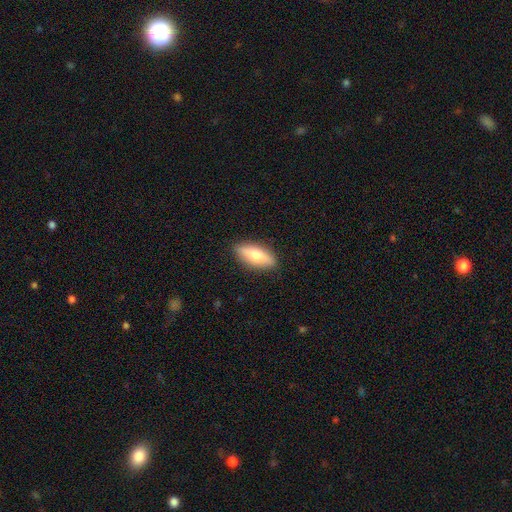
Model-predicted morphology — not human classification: Smooth or featured? smooth (63%)
How rounded? in between (72%)
Merging? none (88%)